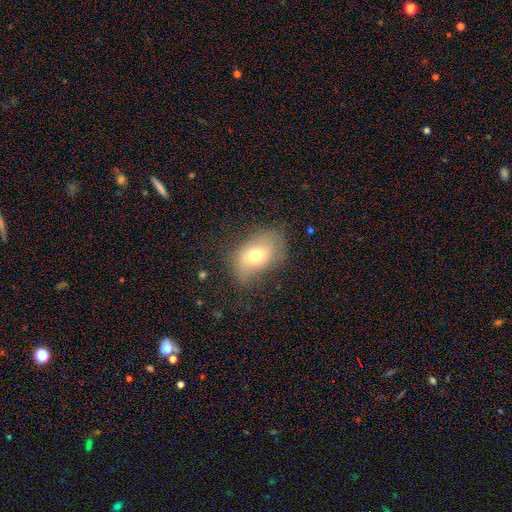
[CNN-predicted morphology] A smooth galaxy with no disk features (63%) that is in between round and cigar-shaped (84%). Merging: none (61%).